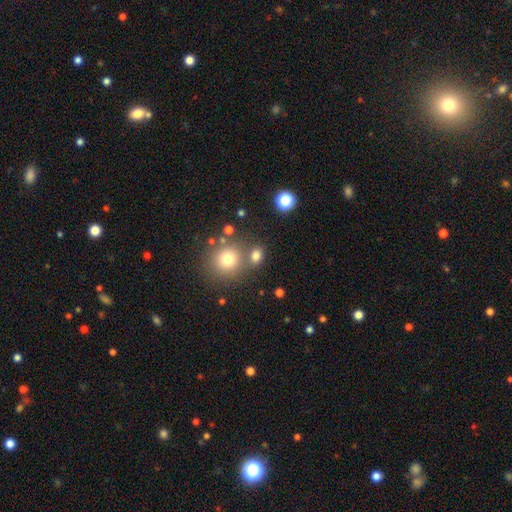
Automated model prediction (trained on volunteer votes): This is likely a smooth galaxy (74%). How rounded: likely round (60%). Merging: likely none (63%).